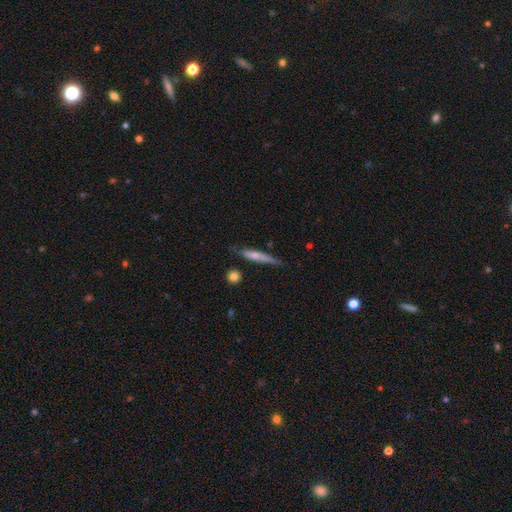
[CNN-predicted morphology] A smooth galaxy with no disk features (58%) that is cigar-shaped (90%). Merging: none (66%).